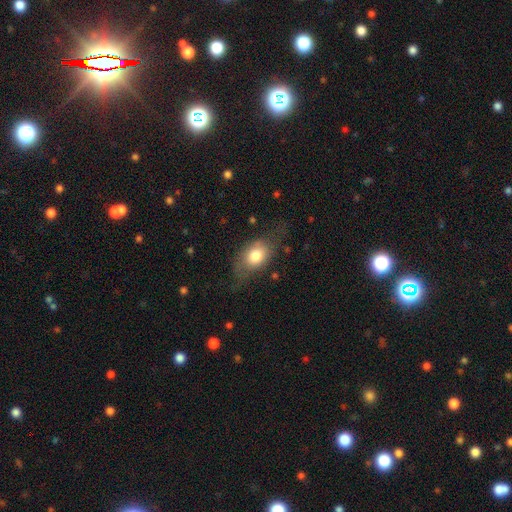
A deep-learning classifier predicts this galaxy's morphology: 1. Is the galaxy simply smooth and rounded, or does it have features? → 71% smooth, 21% featured or disk, 8% star or artifact.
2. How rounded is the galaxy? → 76% in between, 21% round, 3% cigar-shaped.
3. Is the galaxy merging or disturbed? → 54% none, 26% minor disturbance, 18% major disturbance, 2% merger.